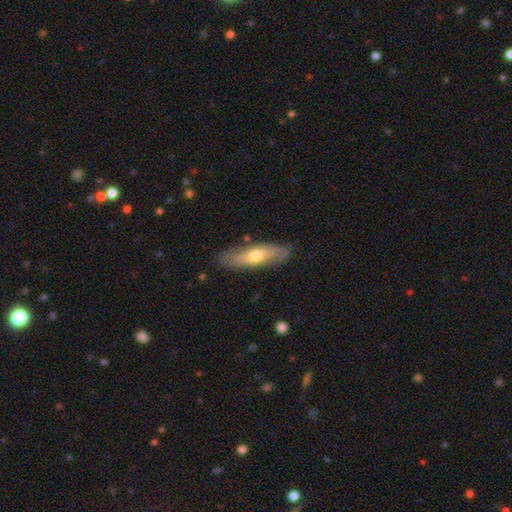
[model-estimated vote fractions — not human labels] Overall: smooth (54%; featured or disk 41%). How rounded: cigar-shaped (55%; in between 42%). Merging: none (83%).